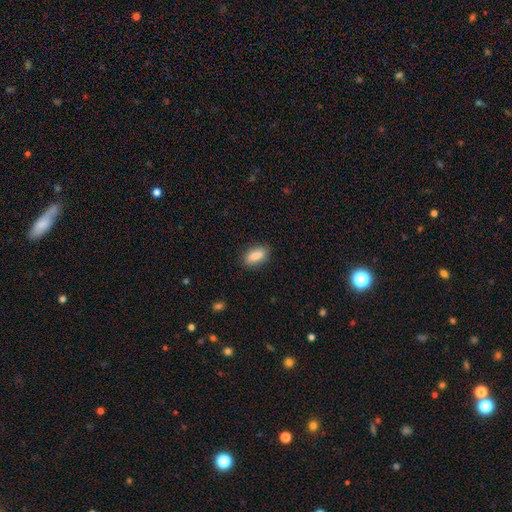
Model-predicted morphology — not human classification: type=smooth (86%); roundness=in between (87%); merging=none (84%).